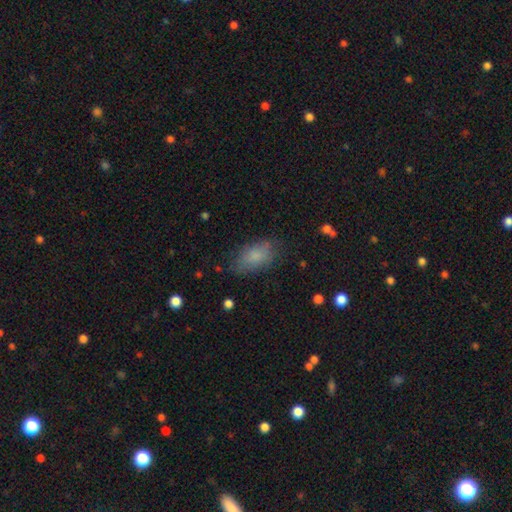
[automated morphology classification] The model was most divided on "merging": none: 75%, minor disturbance: 18%, major disturbance: 6%, merger: 1%. More confident: how rounded — in between (90%); smooth or featured — smooth (80%).